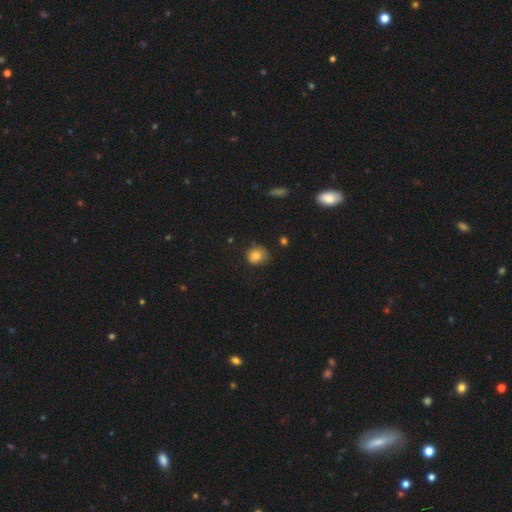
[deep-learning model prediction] Smooth or featured? smooth (81%)
How rounded? round (68%)
Merging? none (66%)